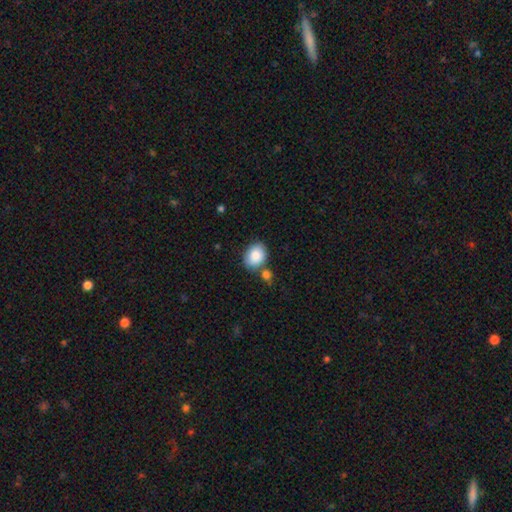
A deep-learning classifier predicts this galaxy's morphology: smooth_or_featured: smooth (p=0.86) [alt: featured or disk p=0.07]
how_rounded: in between (p=0.62) [alt: round p=0.37]
merging: none (p=0.68) [alt: merger p=0.14]